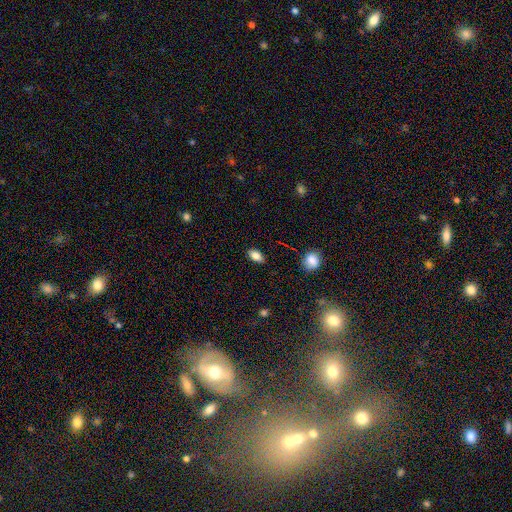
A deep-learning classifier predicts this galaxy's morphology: This is clearly a smooth galaxy (81%). How rounded: clearly in between (89%). Merging: clearly none (87%).